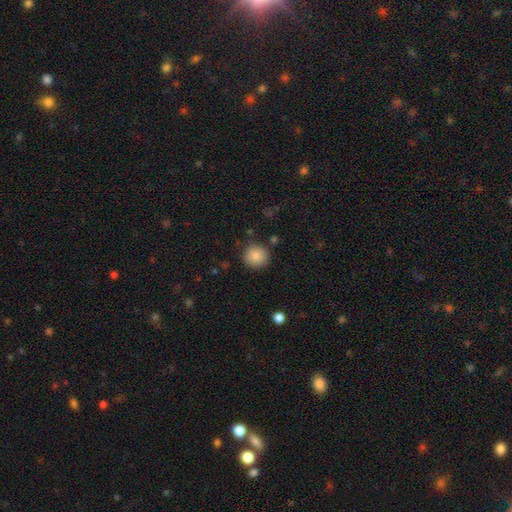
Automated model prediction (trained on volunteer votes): Smooth or featured: smooth — 85% (star or artifact — 9%)
How rounded: round — 92% (in between — 7%)
Merging: none — 87% (minor disturbance — 8%)